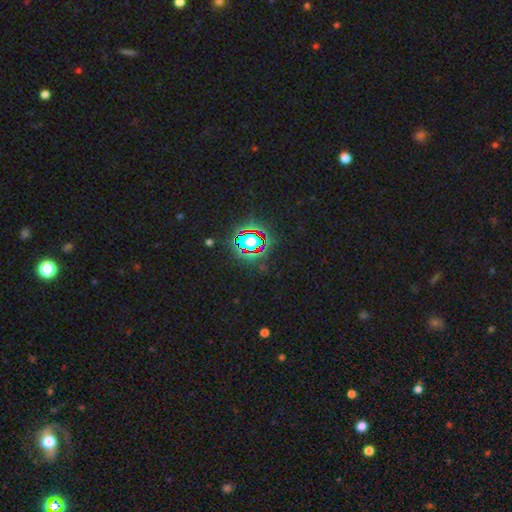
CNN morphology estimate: type=star or artifact (83%).